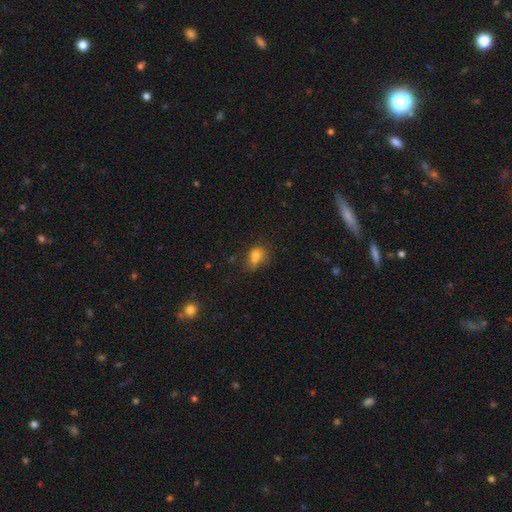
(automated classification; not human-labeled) This appears to be a smooth galaxy with no disk features (73%) that is in between round and cigar-shaped (55%). Merging: none (39%).